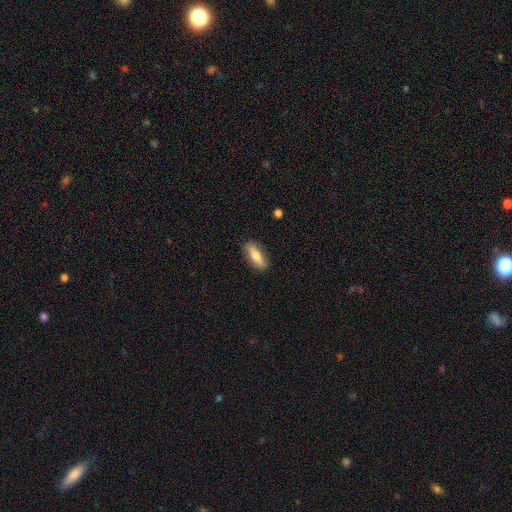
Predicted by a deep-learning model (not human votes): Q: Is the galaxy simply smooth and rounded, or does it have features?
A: smooth — 69%.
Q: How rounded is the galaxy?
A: in between — 61%.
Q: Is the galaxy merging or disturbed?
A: none — 87%.